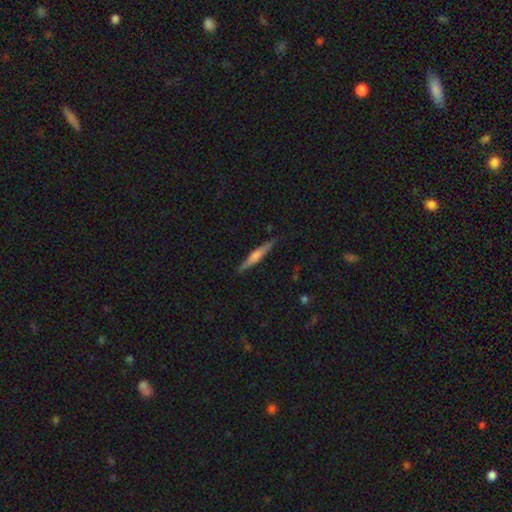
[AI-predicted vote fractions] Q: Smooth or featured?
A: featured or disk (56%); runner-up: smooth (37%)
Q: Edge-on disk?
A: yes (97%); runner-up: no (3%)
Q: Edge-on bulge?
A: rounded (61%); runner-up: boxy (20%)
Q: Merging?
A: none (89%); runner-up: minor disturbance (8%)